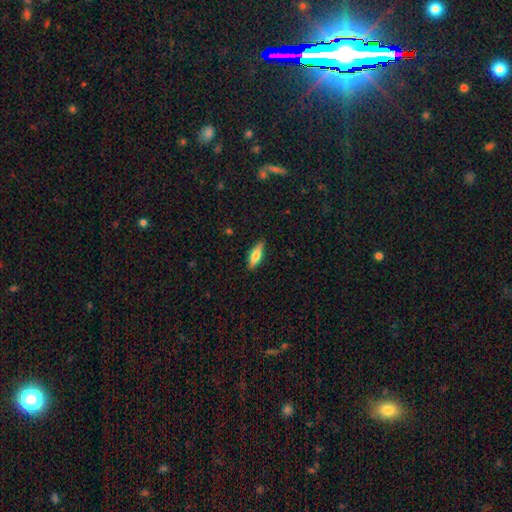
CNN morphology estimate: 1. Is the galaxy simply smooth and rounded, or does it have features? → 66% smooth, 28% featured or disk, 6% star or artifact.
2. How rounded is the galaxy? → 53% in between, 44% cigar-shaped, 2% round.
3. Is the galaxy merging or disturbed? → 87% none, 10% minor disturbance, 2% major disturbance, 1% merger.